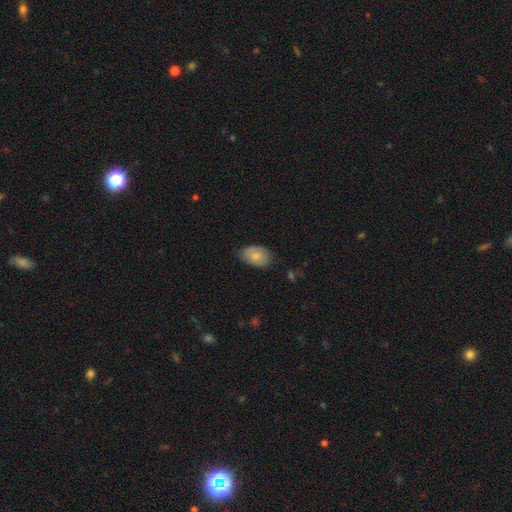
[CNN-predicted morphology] A smooth galaxy with no disk features (72%) that is in between round and cigar-shaped (87%).

Vote fractions:
- Smooth or featured? smooth: 72% / featured or disk: 21% / star or artifact: 7%
- How rounded? in between: 87% / round: 12% / cigar-shaped: 1%
- Merging? none: 65% / minor disturbance: 29% / major disturbance: 5% / merger: 1%